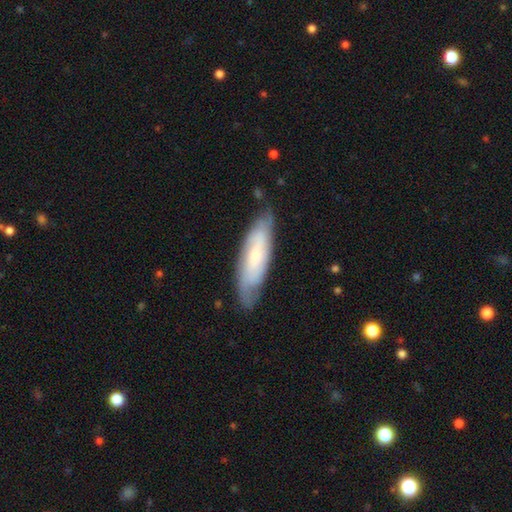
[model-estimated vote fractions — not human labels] featured or disk 51%, smooth 42%, star or artifact 6%. Down the decision tree: edge-on disk — no (69%); merging — none (74%).